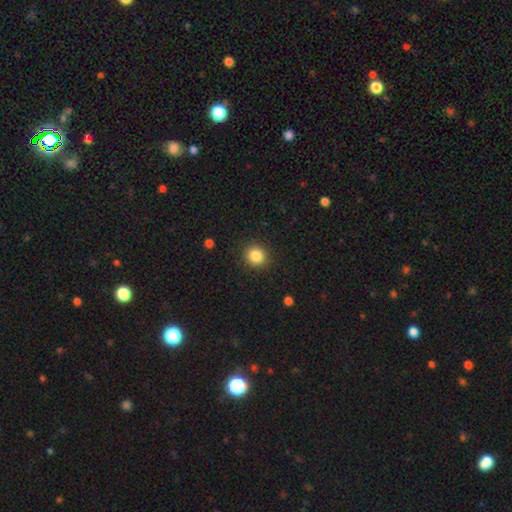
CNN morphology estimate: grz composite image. It shows a smooth galaxy with no disk features (85%) that is round (89%). Merging: none (91%).